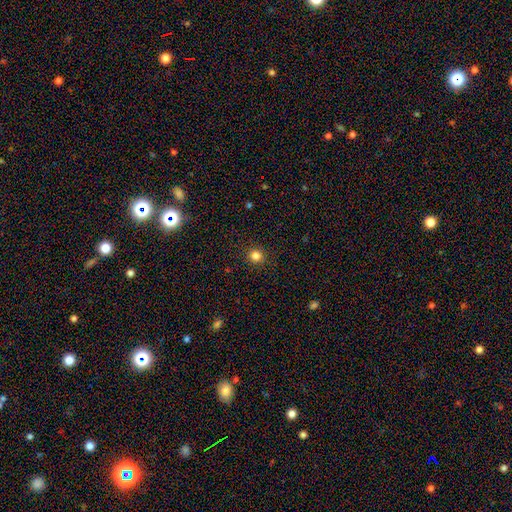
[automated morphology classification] A smooth galaxy with no disk features (82%) that is round (92%).

Vote fractions:
- Smooth or featured? smooth: 82% / star or artifact: 13% / featured or disk: 4%
- How rounded? round: 92% / in between: 7% / cigar-shaped: 1%
- Merging? none: 91% / minor disturbance: 6% / major disturbance: 2% / merger: 1%